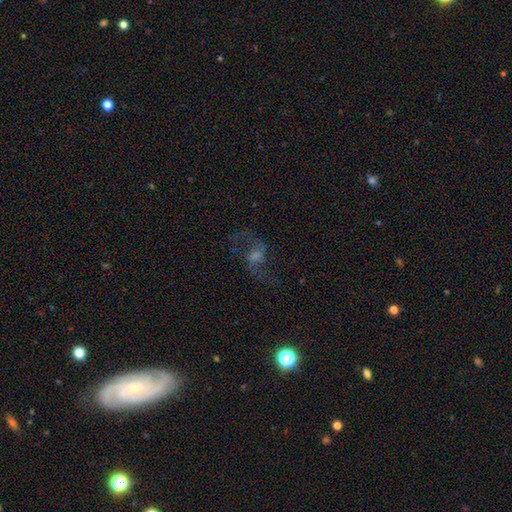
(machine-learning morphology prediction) smooth_or_featured: featured or disk (p=0.68) [alt: star or artifact p=0.18]
disk_edge_on: no (p=0.96) [alt: yes p=0.04]
bar: no (p=0.47) [alt: weak p=0.42]
has_spiral_arms: yes (p=0.88) [alt: no p=0.12]
spiral_winding: loose (p=0.70) [alt: medium p=0.25]
spiral_arm_count: 2 (p=0.90) [alt: can't tell p=0.04]
bulge_size: moderate (p=0.36) [alt: small p=0.31]
merging: none (p=0.67) [alt: major disturbance p=0.17]